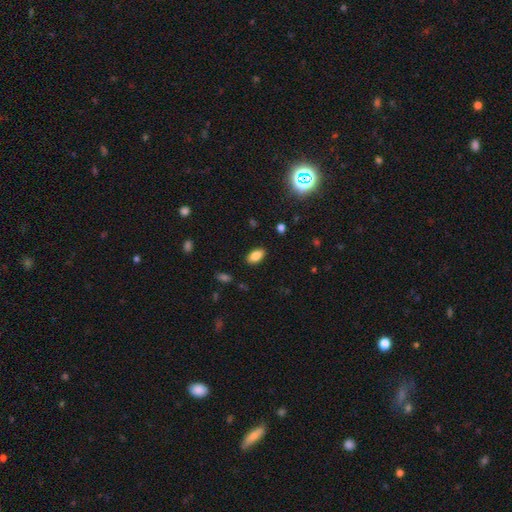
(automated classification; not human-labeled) Smooth or featured? smooth (83%)
How rounded? in between (91%)
Merging? none (87%)